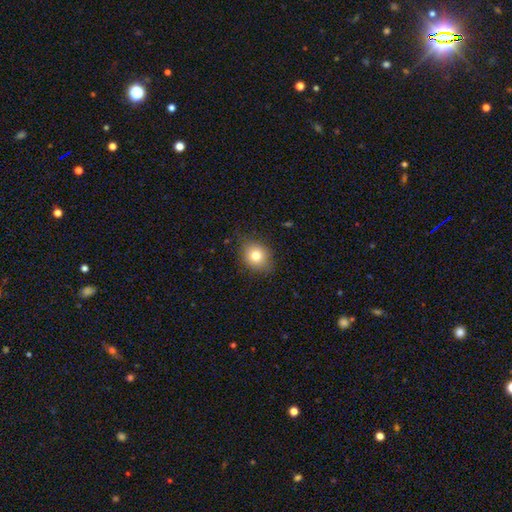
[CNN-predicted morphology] This is likely a smooth galaxy (78%). How rounded: likely round (68%). Merging: clearly none (80%).